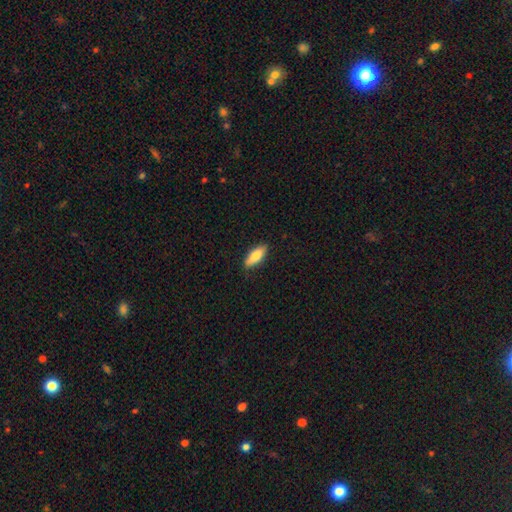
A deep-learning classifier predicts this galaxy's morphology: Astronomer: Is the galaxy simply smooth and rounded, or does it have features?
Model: smooth — 77%.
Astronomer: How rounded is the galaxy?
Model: in between — 71%.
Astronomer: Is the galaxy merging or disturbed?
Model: none — 86%.